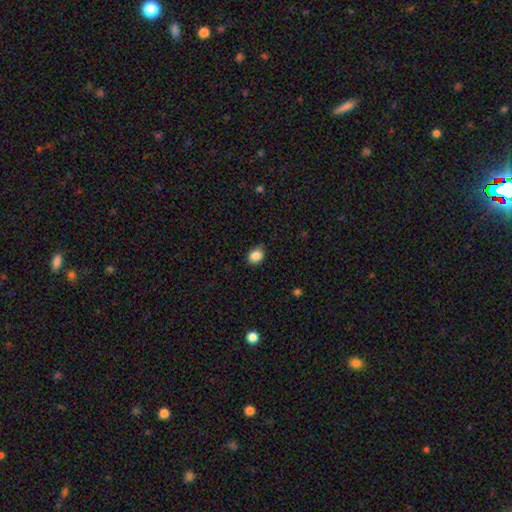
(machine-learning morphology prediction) Smooth or featured? smooth (87%)
How rounded? round (58%)
Merging? none (85%)